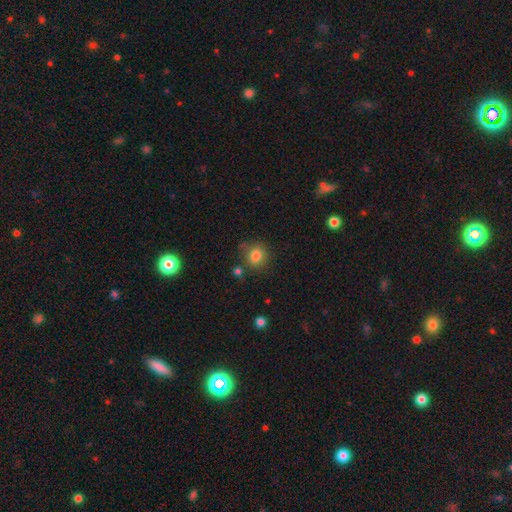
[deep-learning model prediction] Overall: smooth (82%). How rounded: round (79%). Merging: none (76%).